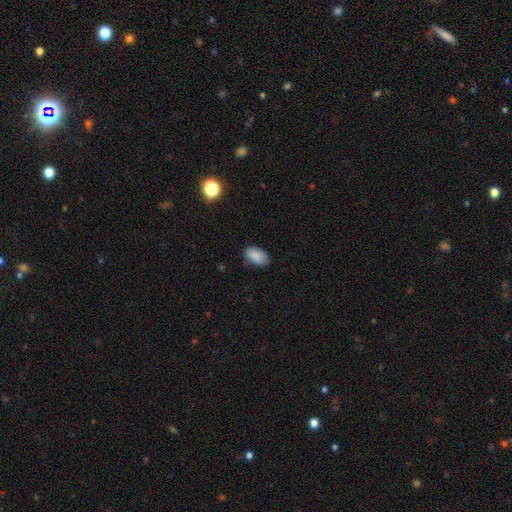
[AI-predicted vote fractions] smooth_or_featured: smooth (p=0.87) [alt: star or artifact p=0.07]
how_rounded: in between (p=0.93) [alt: round p=0.06]
merging: none (p=0.78) [alt: minor disturbance p=0.18]